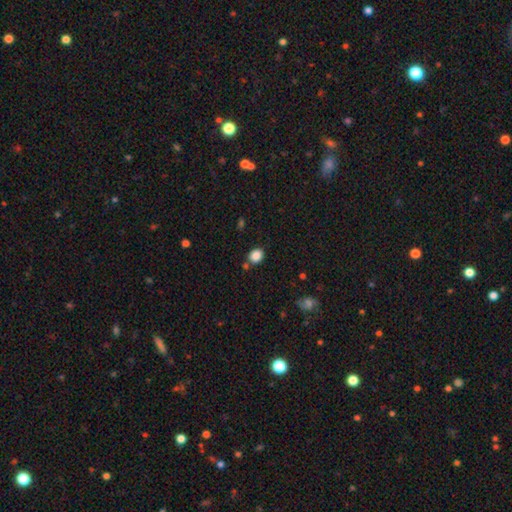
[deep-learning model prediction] This appears to be a smooth galaxy with no disk features (86%) that is round (63%). Merging: none (76%).